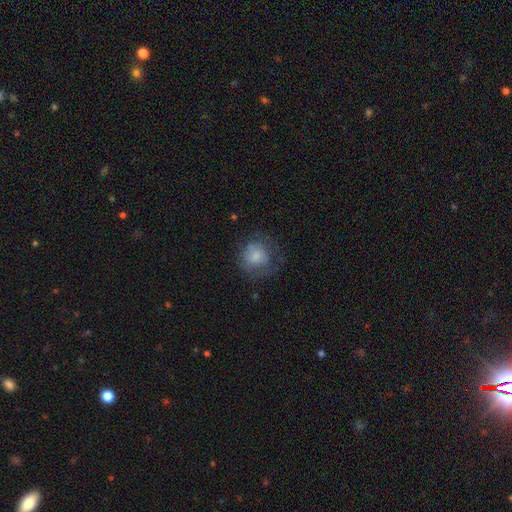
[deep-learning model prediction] Overall: smooth (71%). How rounded: round (82%). Merging: none (54%; minor disturbance 24%).